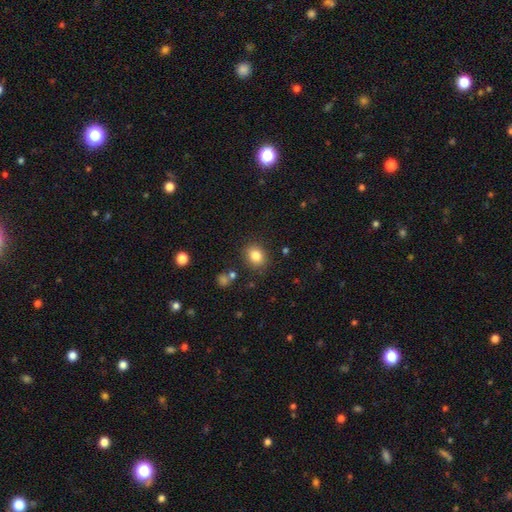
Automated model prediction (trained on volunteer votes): Morphology: type=smooth (83%); roundness=round (55%); merging=none (85%).